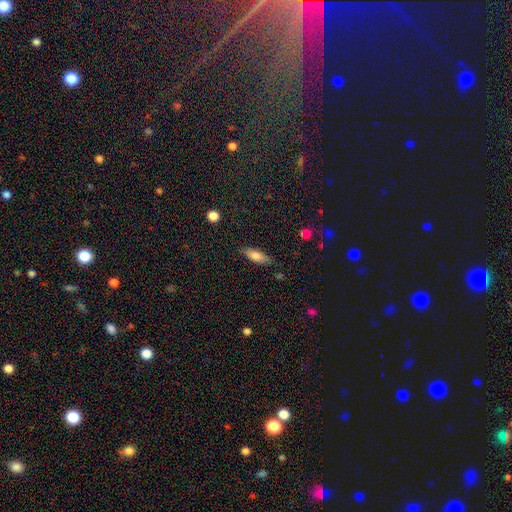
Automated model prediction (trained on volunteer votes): This appears to be a smooth galaxy with no disk features (74%) that is in between round and cigar-shaped (61%). Merging: none (84%).